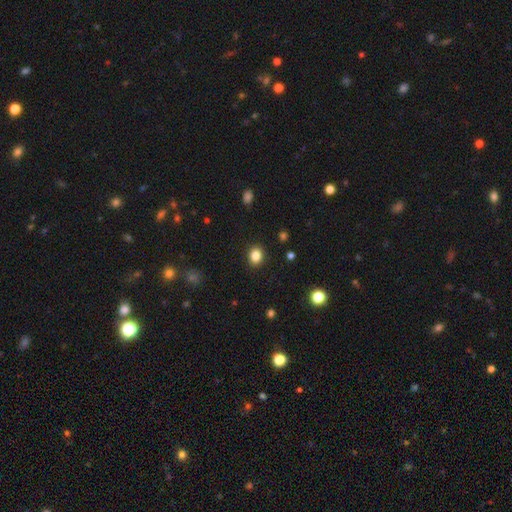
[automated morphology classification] A smooth galaxy with no disk features (85%) that is round (57%).

Vote fractions:
- Smooth or featured? smooth: 85% / star or artifact: 11% / featured or disk: 5%
- How rounded? round: 57% / in between: 43% / cigar-shaped: 1%
- Merging? none: 90% / minor disturbance: 7% / major disturbance: 2% / merger: 1%